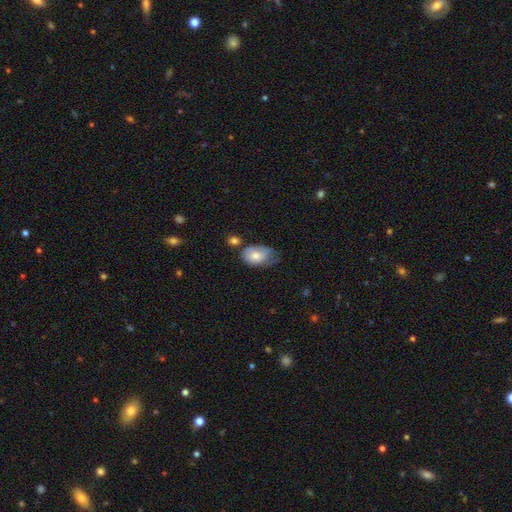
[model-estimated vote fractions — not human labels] Smooth or featured? smooth (69%)
How rounded? in between (89%)
Merging? minor disturbance (39%)